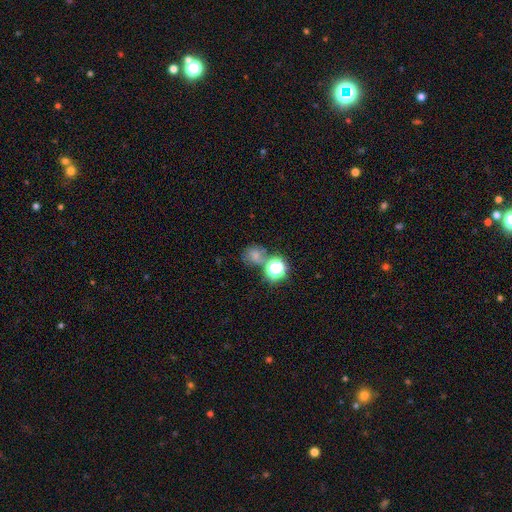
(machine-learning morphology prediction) A smooth galaxy with no disk features (59%) that is round (76%).

Vote fractions:
- Smooth or featured? smooth: 59% / star or artifact: 29% / featured or disk: 12%
- How rounded? round: 76% / in between: 22% / cigar-shaped: 1%
- Merging? none: 52% / merger: 26% / minor disturbance: 14% / major disturbance: 9%